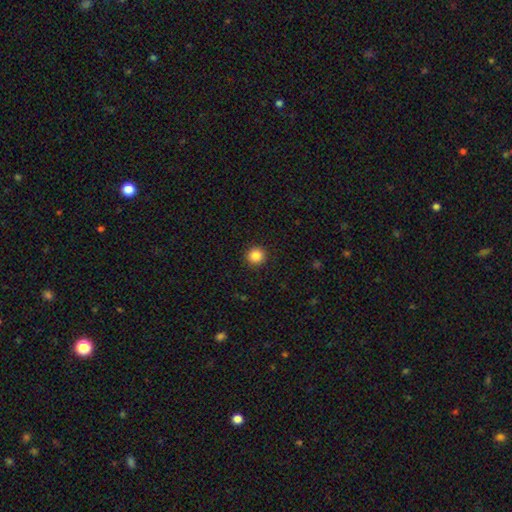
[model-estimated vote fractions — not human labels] This appears to be a smooth galaxy with no disk features (86%) that is round (95%). Merging: none (93%).